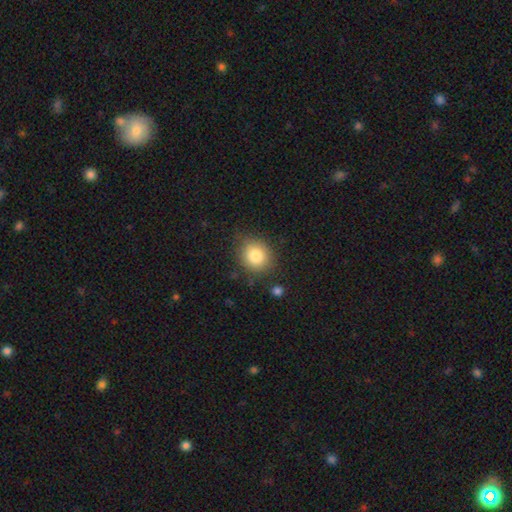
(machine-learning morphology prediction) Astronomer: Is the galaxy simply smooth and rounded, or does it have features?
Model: smooth — 83%.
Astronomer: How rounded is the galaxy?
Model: round — 76%.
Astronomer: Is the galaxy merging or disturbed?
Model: none — 81%.